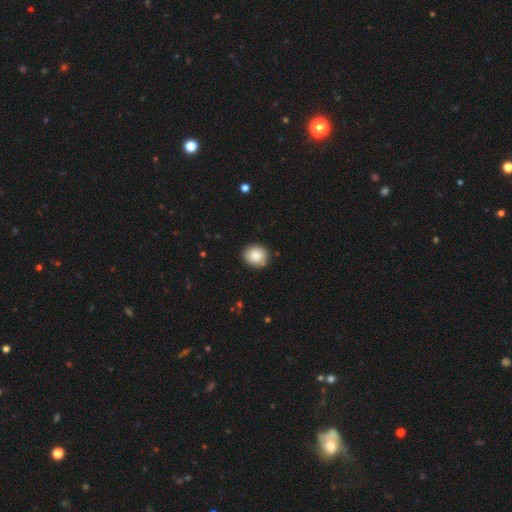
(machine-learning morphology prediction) This appears to be a smooth galaxy with no disk features (86%) that is round (82%). Merging: none (88%).